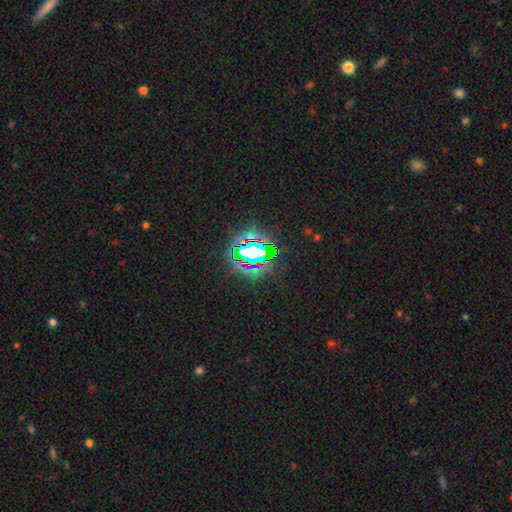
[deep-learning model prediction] A star or artifact, not a galaxy (81%).

Vote fractions:
- Smooth or featured? star or artifact: 81% / smooth: 11% / featured or disk: 8%